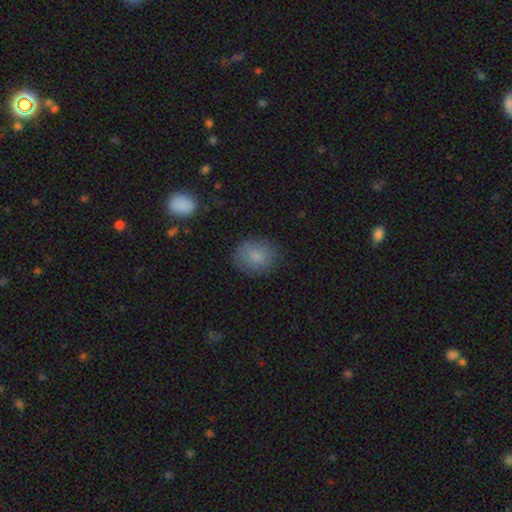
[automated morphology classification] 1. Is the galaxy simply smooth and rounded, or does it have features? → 84% smooth, 9% star or artifact, 7% featured or disk.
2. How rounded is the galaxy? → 57% round, 42% in between, 1% cigar-shaped.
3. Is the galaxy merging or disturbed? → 82% none, 13% minor disturbance, 4% major disturbance, 1% merger.